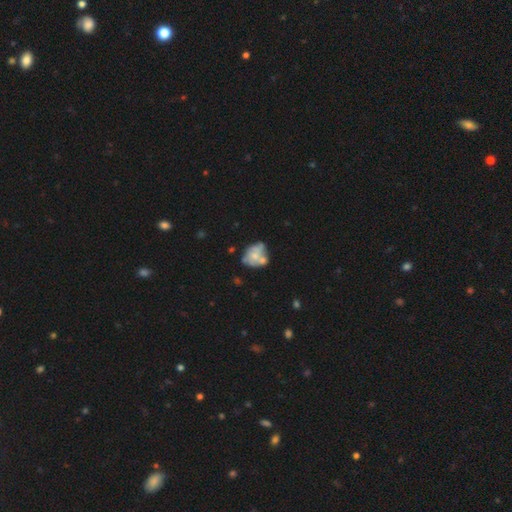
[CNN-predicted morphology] Smooth or featured?
  - featured or disk: 50% *
  - smooth: 42%
  - star or artifact: 8%
Merging?
  - none: 36% *
  - merger: 30%
  - minor disturbance: 21%
  - major disturbance: 13%